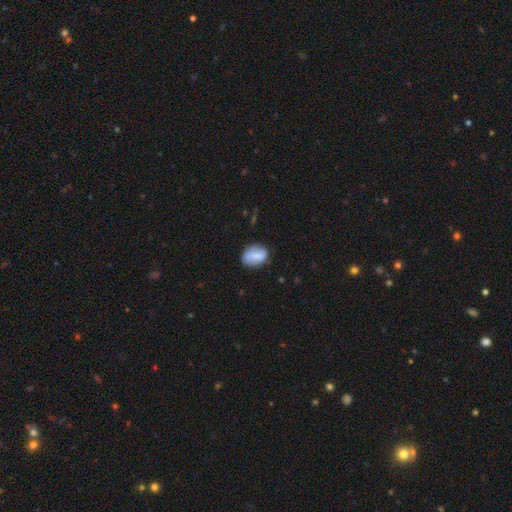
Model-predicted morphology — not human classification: smooth 75%, featured or disk 17%, star or artifact 8%. Down the decision tree: how rounded — in between (73%); merging — none (72%).